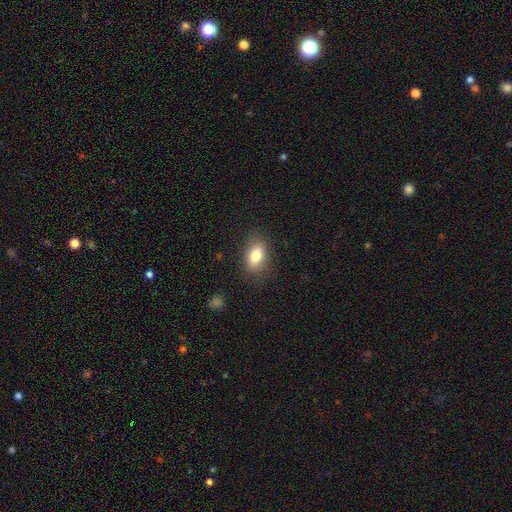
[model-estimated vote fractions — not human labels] Q: Smooth or featured?
A: smooth (80%); runner-up: featured or disk (12%)
Q: How rounded?
A: in between (86%); runner-up: round (8%)
Q: Merging?
A: none (81%); runner-up: minor disturbance (14%)